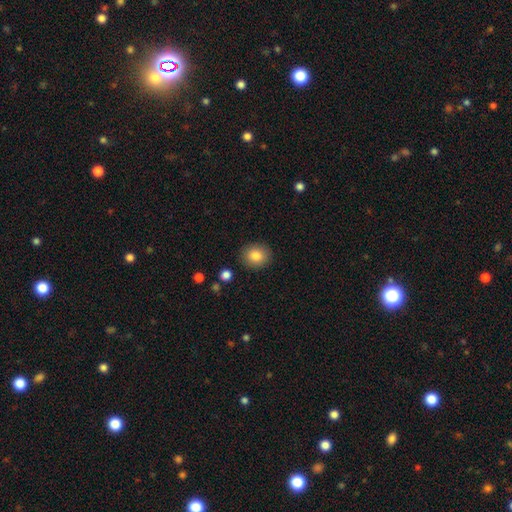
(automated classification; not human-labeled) The model was most divided on "how rounded": round: 73%, in between: 26%, cigar-shaped: 1%. More confident: merging — none (89%); smooth or featured — smooth (85%).